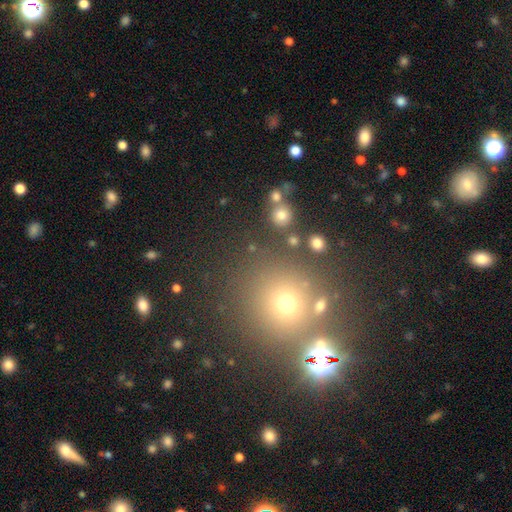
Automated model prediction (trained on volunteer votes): Smooth or featured: smooth — 51% (star or artifact — 41%)
How rounded: round — 92% (in between — 7%)
Merging: none — 80% (merger — 8%)